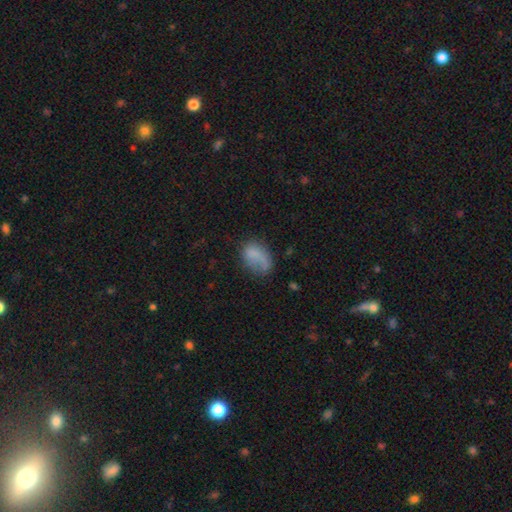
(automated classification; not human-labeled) A smooth galaxy with no disk features (72%) that is in between round and cigar-shaped (82%).

Vote fractions:
- Smooth or featured? smooth: 72% / featured or disk: 18% / star or artifact: 10%
- How rounded? in between: 82% / round: 17% / cigar-shaped: 2%
- Merging? none: 44% / minor disturbance: 29% / major disturbance: 22% / merger: 4%